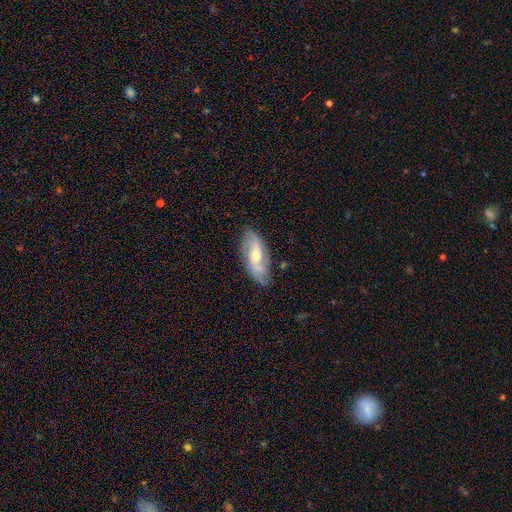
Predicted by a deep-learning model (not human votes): A featured or disk galaxy (72%) with no bar (42%, tied with weak), 2 (66%) medium (39%, tied with loose) spiral arms (90%) and a moderate central bulge (61%).

Vote fractions:
- Smooth or featured? featured or disk: 72% / smooth: 21% / star or artifact: 6%
- Edge-on disk? no: 89% / yes: 11%
- Bar? no: 42% (tied) / weak: 42% (tied) / strong: 16%
- Spiral arms? yes: 90% / no: 10%
- Spiral winding? medium: 39% (tied) / loose: 39% (tied) / tight: 22%
- Spiral arm count? 2: 66% / can't tell: 17% / 3: 9% / 1: 3% / 4: 3% / more than 4: 2%
- Bulge size? moderate: 61% / small: 33% / large: 4% / none: 1% / dominant: 1%
- Merging? none: 77% / minor disturbance: 17% / major disturbance: 4% / merger: 2%